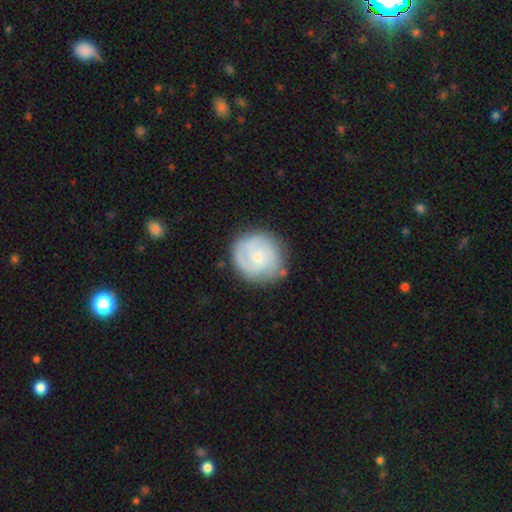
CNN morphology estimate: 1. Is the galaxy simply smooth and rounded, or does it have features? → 57% featured or disk, 37% smooth, 6% star or artifact.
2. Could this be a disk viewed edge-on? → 98% no, 2% yes.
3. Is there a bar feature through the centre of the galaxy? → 75% no, 22% weak, 3% strong.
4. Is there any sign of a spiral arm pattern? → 79% yes, 21% no.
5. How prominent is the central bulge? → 66% small, 29% moderate, 2% none, 2% large, 1% dominant.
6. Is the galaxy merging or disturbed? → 77% none, 16% minor disturbance, 5% major disturbance, 2% merger.